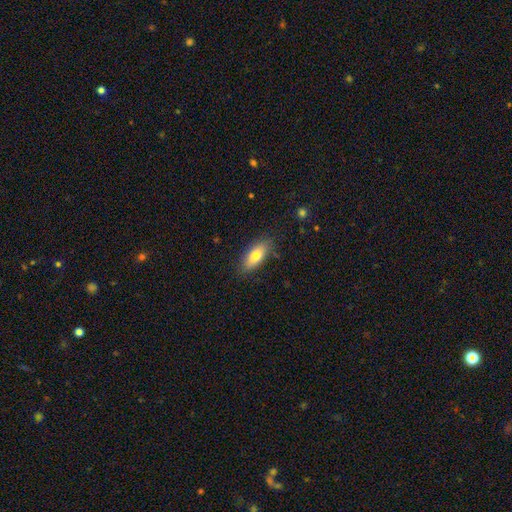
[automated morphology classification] This is likely a smooth galaxy (78%). How rounded: clearly in between (80%). Merging: clearly none (82%).